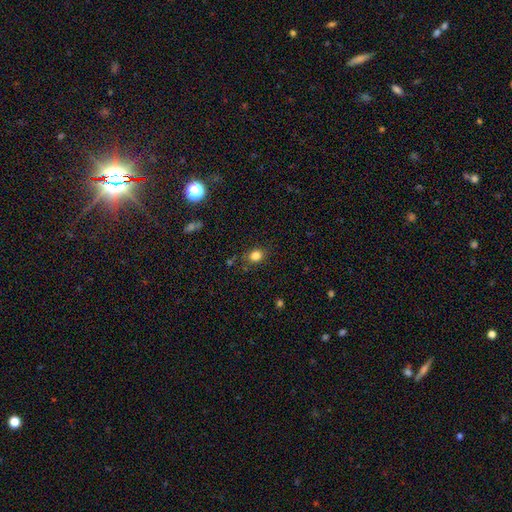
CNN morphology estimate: smooth_or_featured: smooth (p=0.83) [alt: star or artifact p=0.12]
how_rounded: round (p=0.58) [alt: in between p=0.41]
merging: none (p=0.81) [alt: minor disturbance p=0.13]